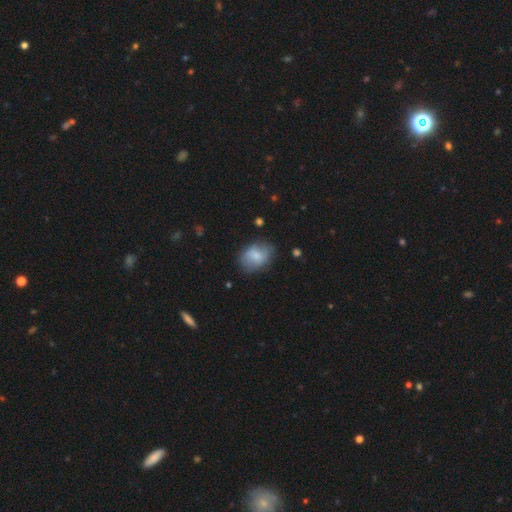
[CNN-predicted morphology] This is likely a smooth galaxy (73%). How rounded: likely in between (75%). Merging: likely none (67%).